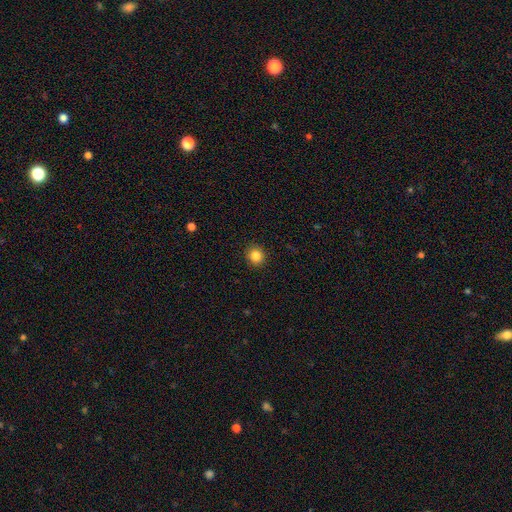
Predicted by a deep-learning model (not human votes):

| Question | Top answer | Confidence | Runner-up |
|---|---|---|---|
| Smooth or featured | smooth | 84% | star or artifact (11%) |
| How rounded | round | 88% | in between (11%) |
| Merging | none | 92% | minor disturbance (5%) |